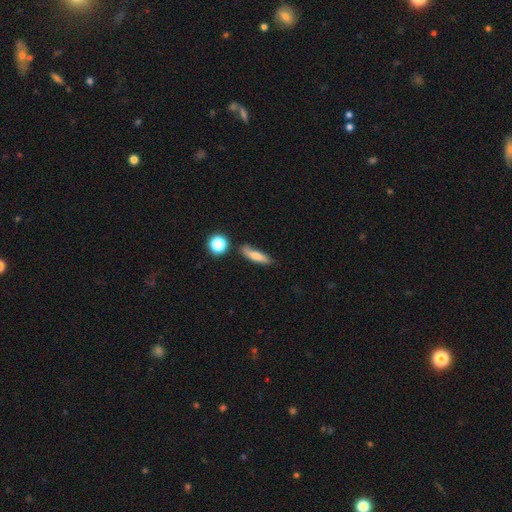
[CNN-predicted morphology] The model was most divided on "how rounded": cigar-shaped: 63%, in between: 32%, round: 5%. More confident: merging — none (71%); smooth or featured — smooth (70%).